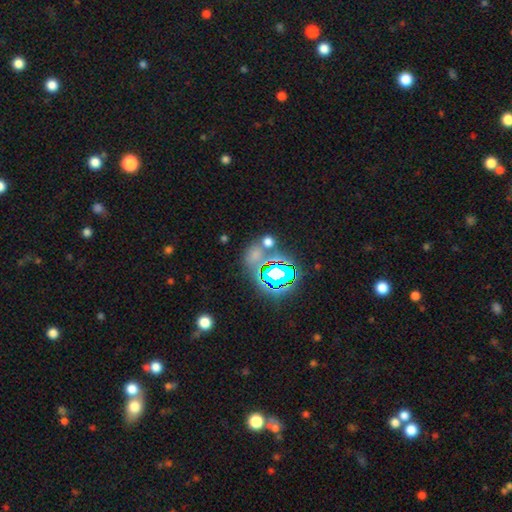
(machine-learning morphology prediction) Q: Smooth or featured?
A: star or artifact (46%); runner-up: smooth (44%)